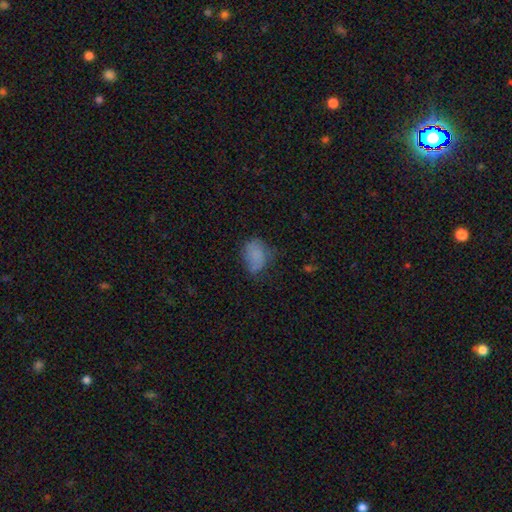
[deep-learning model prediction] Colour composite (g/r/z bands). It shows a smooth galaxy with no disk features (74%) that is in between round and cigar-shaped (75%). Merging: none (47%).